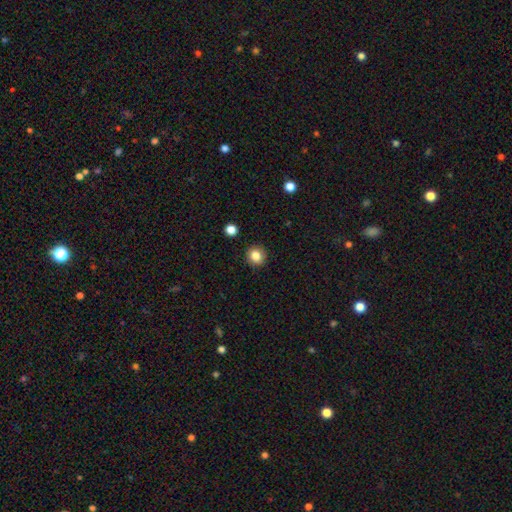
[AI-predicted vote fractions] A smooth galaxy with no disk features (83%) that is round (89%). Merging: none (92%).